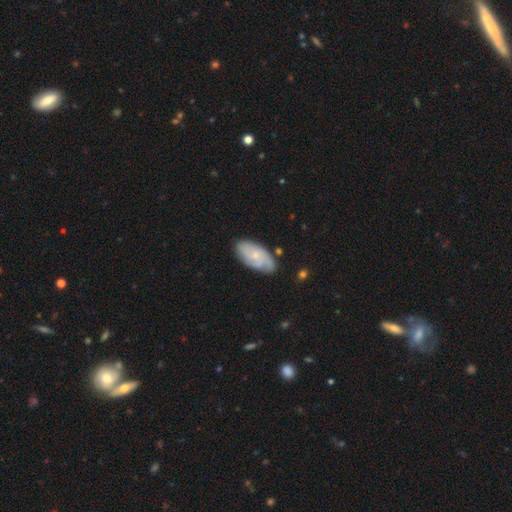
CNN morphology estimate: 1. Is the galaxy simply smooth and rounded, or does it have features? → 54% featured or disk, 40% smooth, 6% star or artifact.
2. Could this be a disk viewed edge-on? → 93% no, 7% yes.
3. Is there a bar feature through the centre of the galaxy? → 77% no, 21% weak, 3% strong.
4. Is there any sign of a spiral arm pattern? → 86% yes, 14% no.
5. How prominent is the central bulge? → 68% small, 24% moderate, 5% none, 1% large, 1% dominant.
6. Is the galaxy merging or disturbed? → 72% none, 21% minor disturbance, 5% major disturbance, 2% merger.